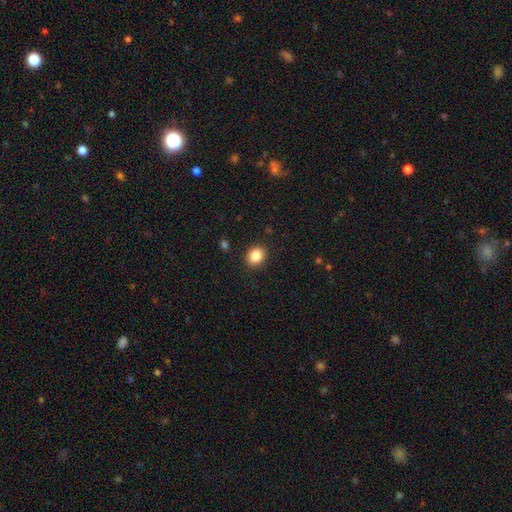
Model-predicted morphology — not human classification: smooth_or_featured: smooth (p=0.85) [alt: star or artifact p=0.10]
how_rounded: round (p=0.61) [alt: in between p=0.38]
merging: none (p=0.90) [alt: minor disturbance p=0.07]